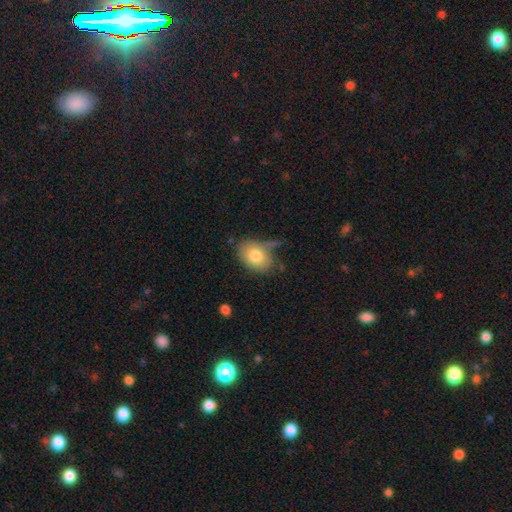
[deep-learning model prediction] This appears to be a smooth galaxy with no disk features (78%) that is in between round and cigar-shaped (80%). Merging: none (56%).